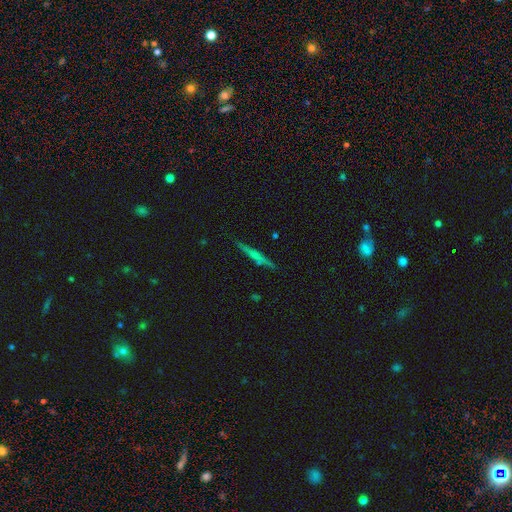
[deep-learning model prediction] Smooth or featured?
  - featured or disk: 53% *
  - smooth: 40%
  - star or artifact: 7%
Edge-on disk?
  - yes: 96% *
  - no: 4%
Edge-on bulge?
  - none: 50% *
  - rounded: 37%
  - boxy: 13%
Merging?
  - none: 85% *
  - minor disturbance: 10%
  - merger: 2%
  - major disturbance: 2%